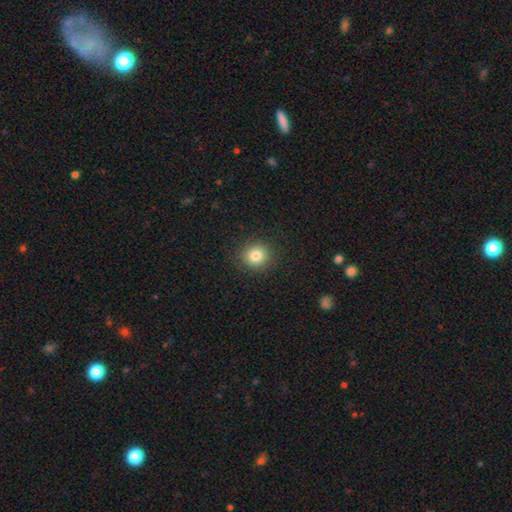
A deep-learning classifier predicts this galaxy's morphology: smooth 83%, star or artifact 11%, featured or disk 6%. Down the decision tree: how rounded — round (89%); merging — none (90%).